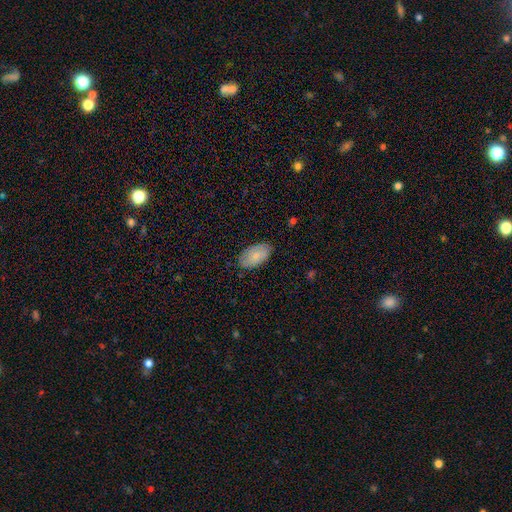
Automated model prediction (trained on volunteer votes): smooth 79%, featured or disk 15%, star or artifact 6%. Down the decision tree: how rounded — in between (95%); merging — none (81%).